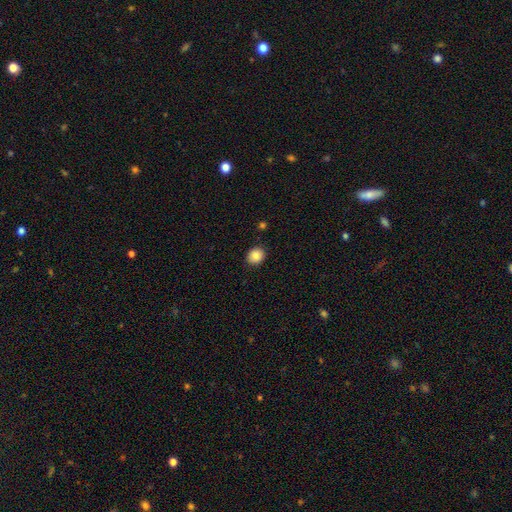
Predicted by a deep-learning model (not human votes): Q: Smooth or featured?
A: smooth (87%); runner-up: star or artifact (9%)
Q: How rounded?
A: round (73%); runner-up: in between (26%)
Q: Merging?
A: none (89%); runner-up: minor disturbance (8%)